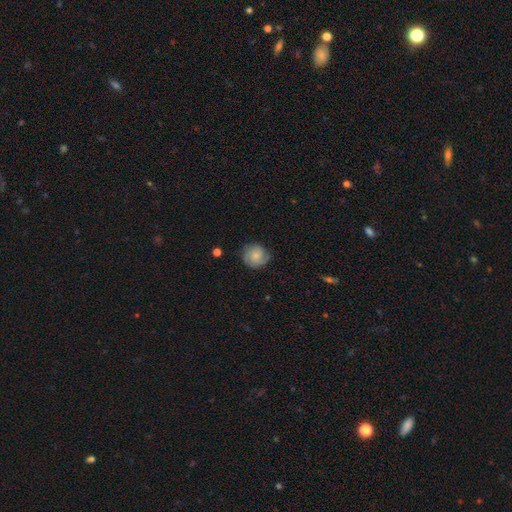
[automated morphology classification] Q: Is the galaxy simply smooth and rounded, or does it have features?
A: smooth — 52%.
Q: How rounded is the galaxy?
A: round — 85%.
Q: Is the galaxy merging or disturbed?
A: none — 73%.